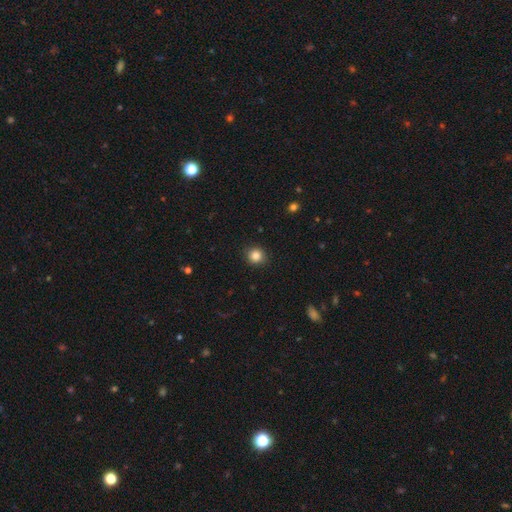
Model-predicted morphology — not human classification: type=smooth (85%); roundness=round (90%); merging=none (91%).